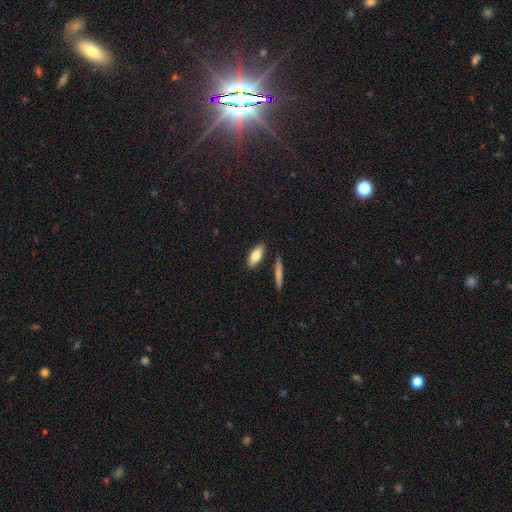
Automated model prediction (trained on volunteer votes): This appears to be a smooth galaxy with no disk features (75%) that is in between round and cigar-shaped (71%). Merging: none (84%).